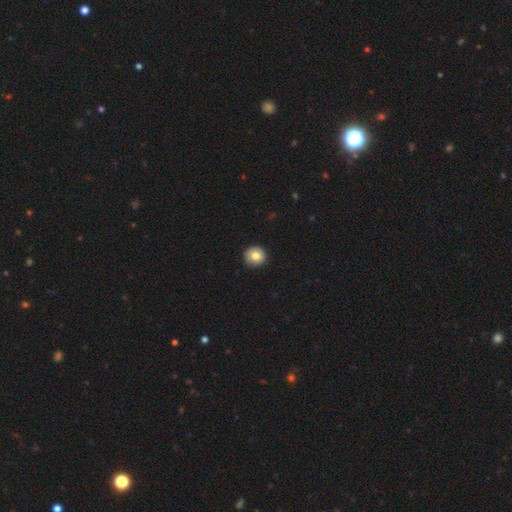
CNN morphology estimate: Overall: smooth (80%). How rounded: round (93%). Merging: none (88%).